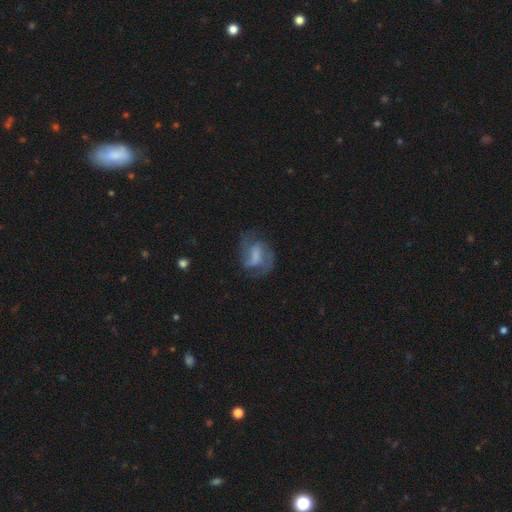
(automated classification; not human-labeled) Q: Smooth or featured?
A: featured or disk (68%); runner-up: smooth (24%)
Q: Edge-on disk?
A: no (97%); runner-up: yes (3%)
Q: Bar?
A: weak (47%); runner-up: strong (30%)
Q: Spiral arms?
A: yes (89%); runner-up: no (11%)
Q: Spiral winding?
A: medium (48%); runner-up: loose (31%)
Q: Spiral arm count?
A: 2 (70%); runner-up: can't tell (12%)
Q: Bulge size?
A: none (43%); runner-up: small (23%)
Q: Merging?
A: none (60%); runner-up: minor disturbance (21%)